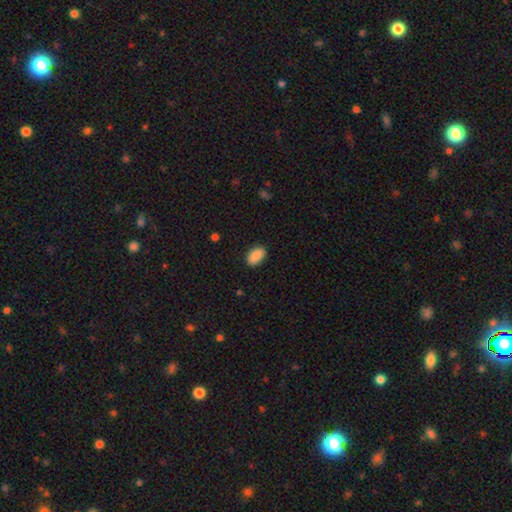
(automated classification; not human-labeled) A smooth galaxy with no disk features (90%) that is in between round and cigar-shaped (92%). Merging: none (86%).